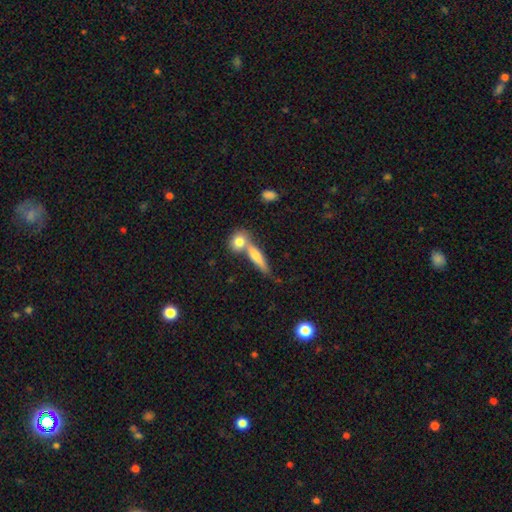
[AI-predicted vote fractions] smooth_or_featured: smooth (p=0.64) [alt: featured or disk p=0.29]
how_rounded: cigar-shaped (p=0.66) [alt: in between p=0.28]
merging: none (p=0.47) [alt: merger p=0.38]